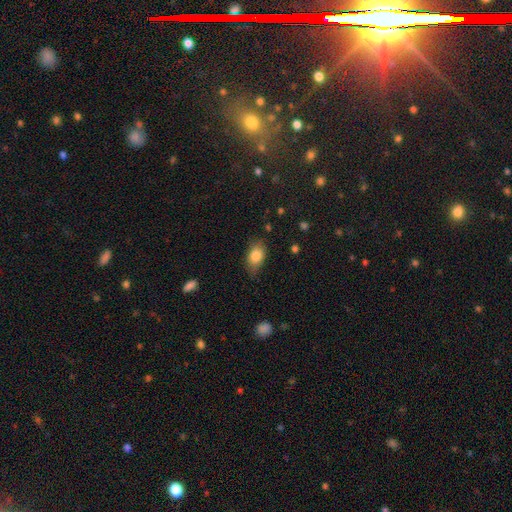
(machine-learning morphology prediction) This appears to be a smooth galaxy with no disk features (83%) that is in between round and cigar-shaped (85%). Merging: none (70%).